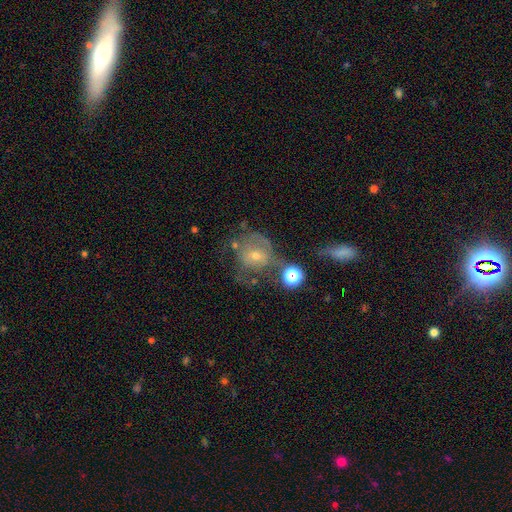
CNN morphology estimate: Smooth or featured: featured or disk — 55% (smooth — 31%)
Edge-on disk: no — 95% (yes — 5%)
Bar: no — 72% (weak — 22%)
Spiral arms: yes — 56% (no — 44%)
Bulge size: small — 53% (moderate — 41%)
Merging: none — 41% (major disturbance — 25%)